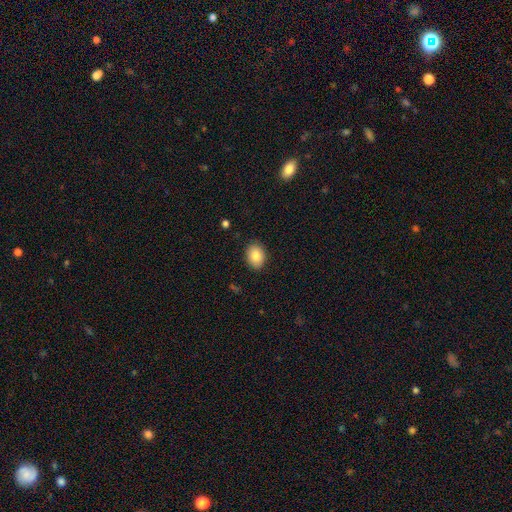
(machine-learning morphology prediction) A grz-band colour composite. It shows a smooth galaxy with no disk features (85%) that is in between round and cigar-shaped (71%). Merging: none (88%).